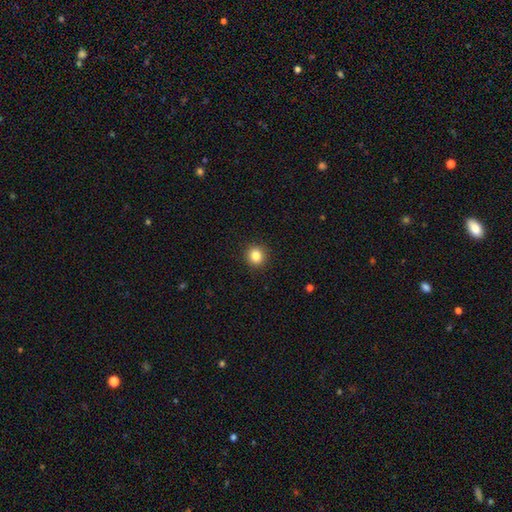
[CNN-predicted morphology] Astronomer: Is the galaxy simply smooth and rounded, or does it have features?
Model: smooth — 84%.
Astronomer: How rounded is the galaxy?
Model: round — 90%.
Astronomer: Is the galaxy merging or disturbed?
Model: none — 92%.